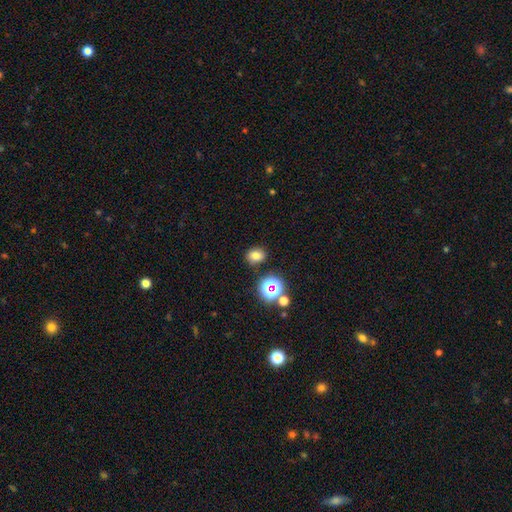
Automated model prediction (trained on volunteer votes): Smooth or featured? smooth (73%)
How rounded? round (52%)
Merging? none (84%)